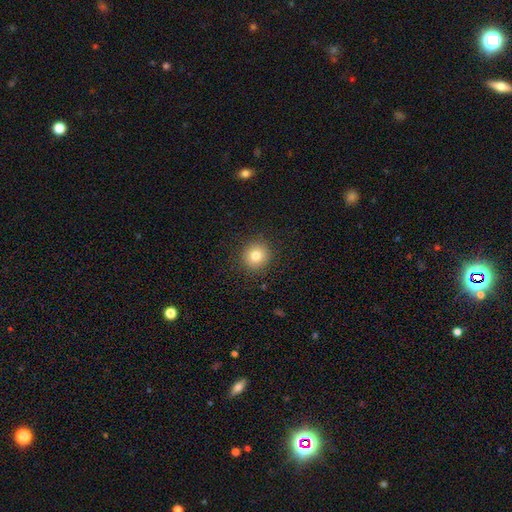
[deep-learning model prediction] The model was most divided on "smooth or featured": smooth: 79%, star or artifact: 12%, featured or disk: 9%. More confident: how rounded — round (92%); merging — none (91%).